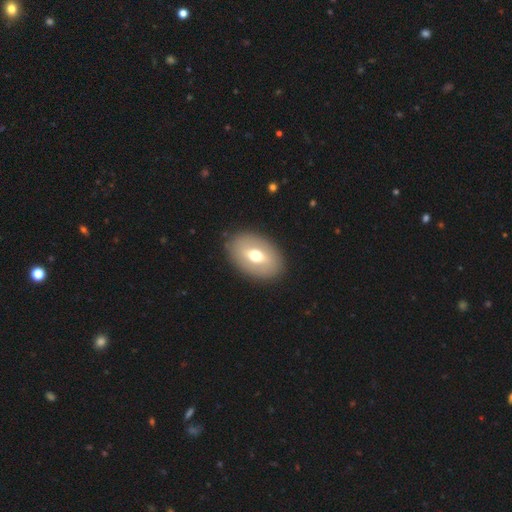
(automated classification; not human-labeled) Smooth or featured? Predicted: smooth (p=0.55). How rounded? Predicted: in between (p=0.84). Merging? Predicted: none (p=0.87).